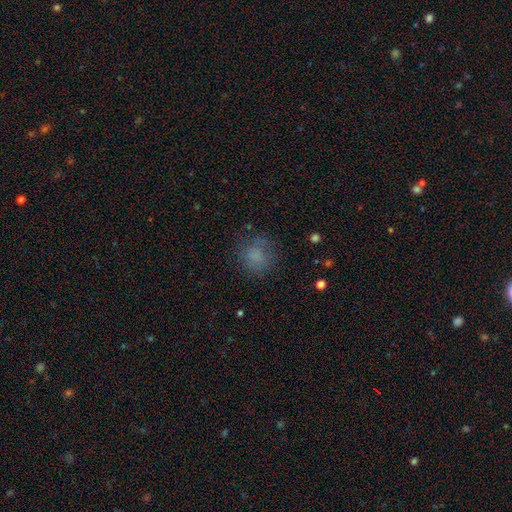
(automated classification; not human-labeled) Smooth or featured? smooth (75%)
How rounded? round (82%)
Merging? none (70%)